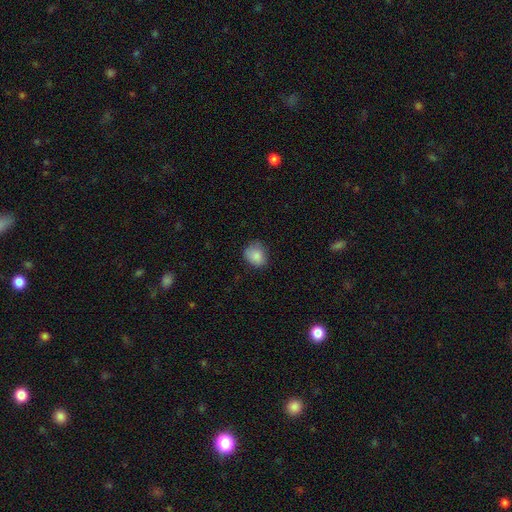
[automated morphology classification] Smooth or featured? smooth (86%)
How rounded? round (65%)
Merging? none (72%)